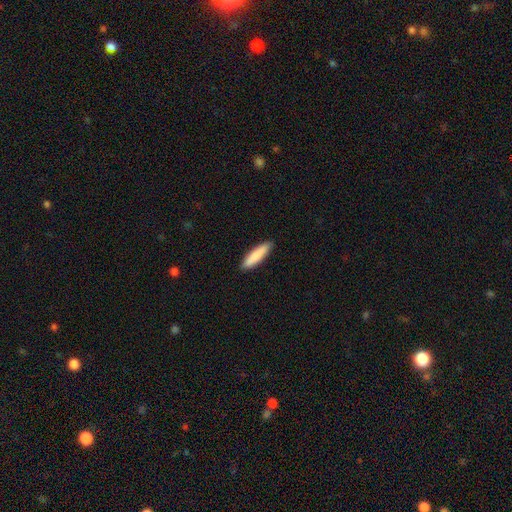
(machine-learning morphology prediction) smooth-or-featured: smooth: 86% | featured or disk: 9% | star or artifact: 5%
  how-rounded: cigar-shaped: 76% | in between: 23% | round: 1%
  merging: none: 90% | minor disturbance: 8% | major disturbance: 1% | merger: 1%